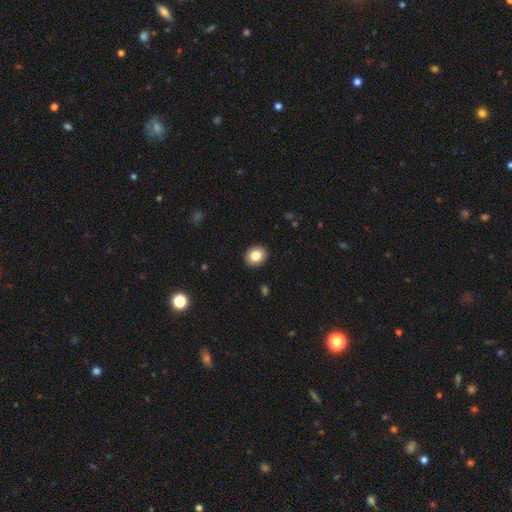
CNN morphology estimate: Smooth or featured?
  - smooth: 84% *
  - star or artifact: 9%
  - featured or disk: 7%
How rounded?
  - round: 62% *
  - in between: 37%
  - cigar-shaped: 1%
Merging?
  - none: 92% *
  - minor disturbance: 6%
  - major disturbance: 2%
  - merger: 1%